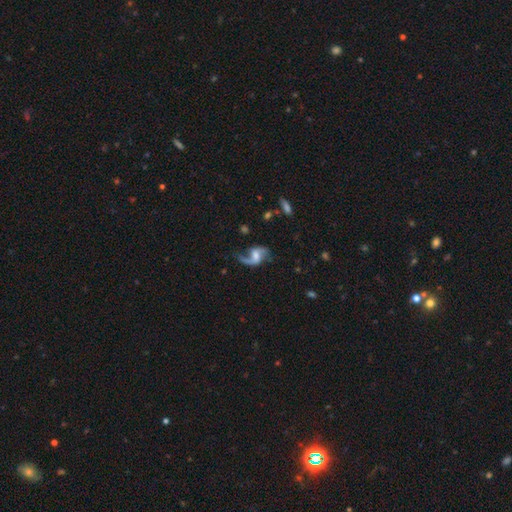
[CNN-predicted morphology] smooth_or_featured: featured or disk (p=0.84) [alt: smooth p=0.09]
disk_edge_on: no (p=0.97) [alt: yes p=0.03]
bar: weak (p=0.48) [alt: no p=0.34]
has_spiral_arms: yes (p=0.95) [alt: no p=0.05]
spiral_winding: loose (p=0.74) [alt: medium p=0.22]
spiral_arm_count: 2 (p=0.83) [alt: 1 p=0.12]
bulge_size: moderate (p=0.39) [alt: small p=0.30]
merging: none (p=0.62) [alt: minor disturbance p=0.18]